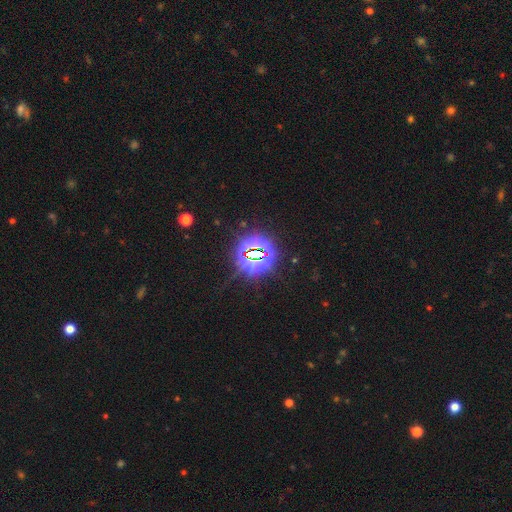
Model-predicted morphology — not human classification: smooth-or-featured: star or artifact: 82% | smooth: 10% | featured or disk: 8%